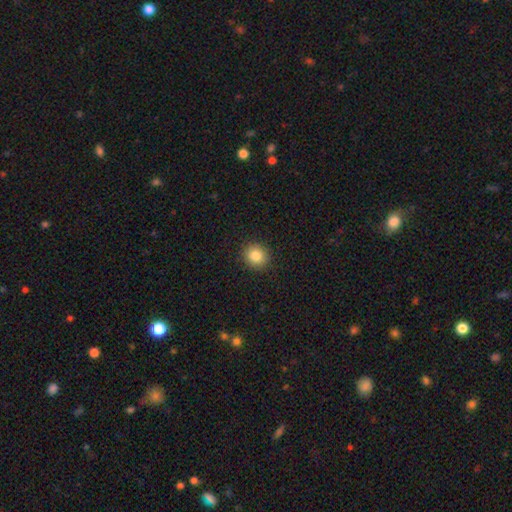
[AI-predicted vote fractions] Smooth or featured? Predicted: smooth (p=0.84). How rounded? Predicted: round (p=0.86). Merging? Predicted: none (p=0.91).